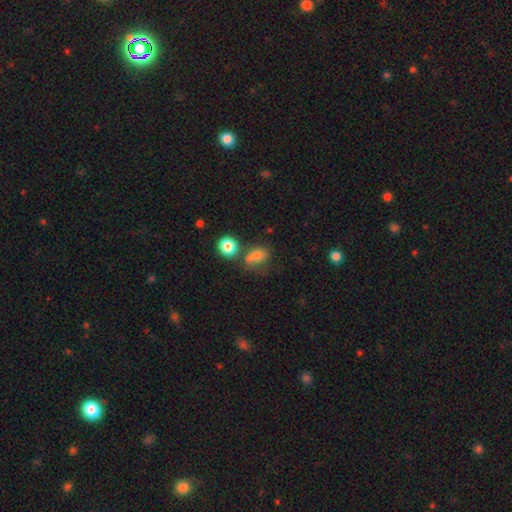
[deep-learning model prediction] The model was most divided on "merging": none: 48%, minor disturbance: 23%, merger: 17%, major disturbance: 12%. More confident: smooth or featured — smooth (74%); how rounded — in between (70%).